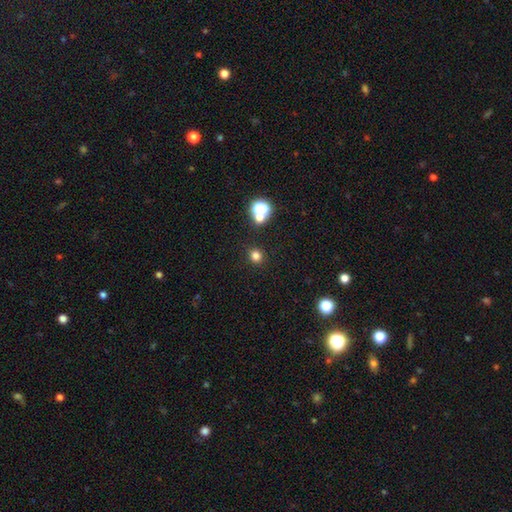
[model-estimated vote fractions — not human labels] Q: Smooth or featured?
A: smooth (77%); runner-up: star or artifact (19%)
Q: How rounded?
A: round (86%); runner-up: in between (13%)
Q: Merging?
A: none (87%); runner-up: minor disturbance (6%)